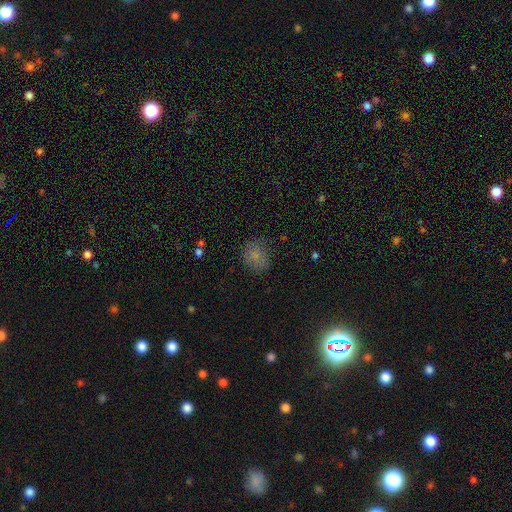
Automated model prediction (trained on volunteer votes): A smooth galaxy with no disk features (75%) that is round (67%).

Vote fractions:
- Smooth or featured? smooth: 75% / star or artifact: 15% / featured or disk: 10%
- How rounded? round: 67% / in between: 32% / cigar-shaped: 1%
- Merging? none: 74% / minor disturbance: 18% / major disturbance: 6% / merger: 2%